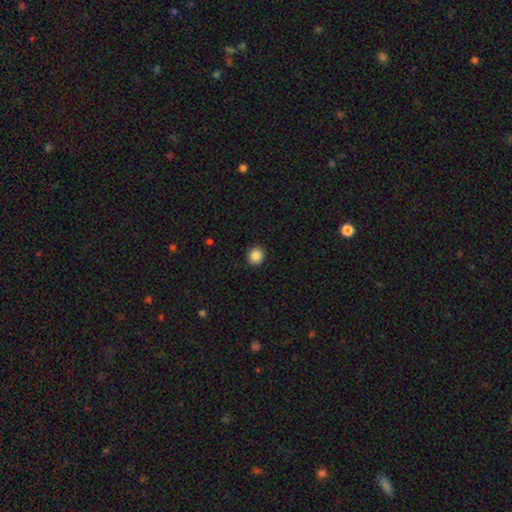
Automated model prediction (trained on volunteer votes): Smooth or featured?
  - smooth: 87% *
  - star or artifact: 10%
  - featured or disk: 4%
How rounded?
  - round: 84% *
  - in between: 15%
  - cigar-shaped: 1%
Merging?
  - none: 92% *
  - minor disturbance: 5%
  - major disturbance: 2%
  - merger: 1%